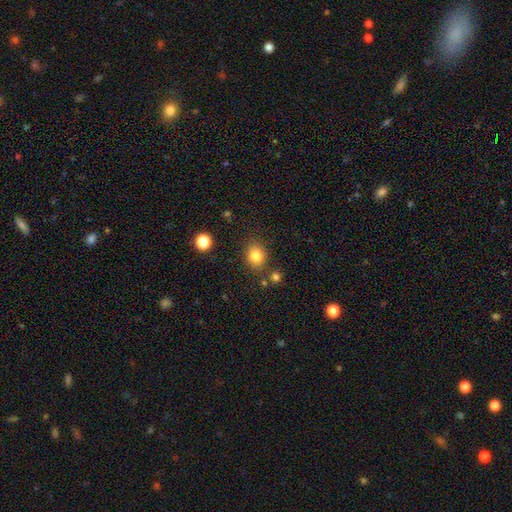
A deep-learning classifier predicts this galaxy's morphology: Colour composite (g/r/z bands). It shows a smooth galaxy with no disk features (82%) that is round (63%). Merging: none (81%).